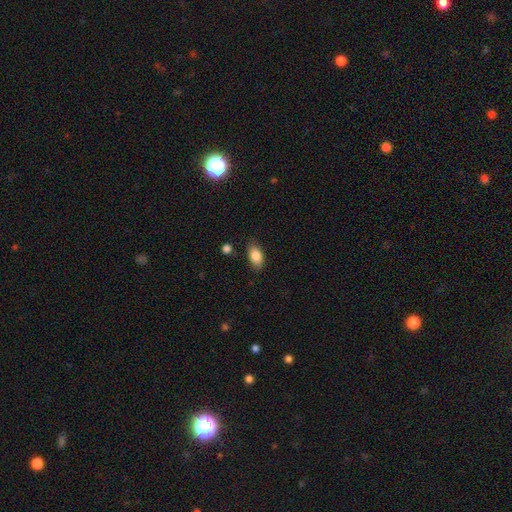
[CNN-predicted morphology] Q: Smooth or featured?
A: smooth (86%); runner-up: star or artifact (7%)
Q: How rounded?
A: in between (90%); runner-up: round (6%)
Q: Merging?
A: none (82%); runner-up: minor disturbance (13%)